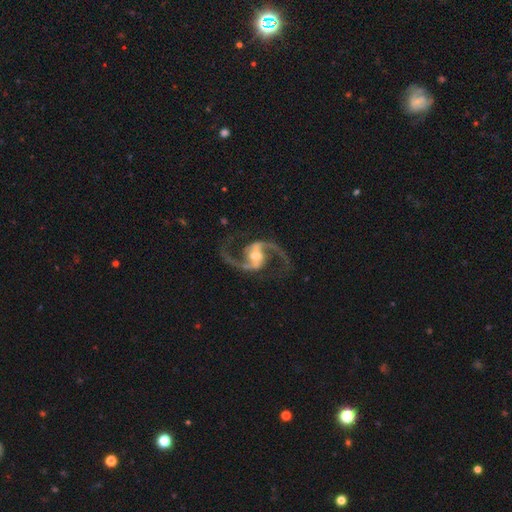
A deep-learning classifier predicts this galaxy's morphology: Smooth or featured? Predicted: featured or disk (p=0.94). Edge-on disk? Predicted: no (p=0.98). Bar? Predicted: weak (p=0.42, tied with strong). Spiral arms? Predicted: yes (p=0.98). Spiral winding? Predicted: medium (p=0.54). Spiral arm count? Predicted: 2 (p=0.95). Bulge size? Predicted: moderate (p=0.59). Merging? Predicted: none (p=0.83).